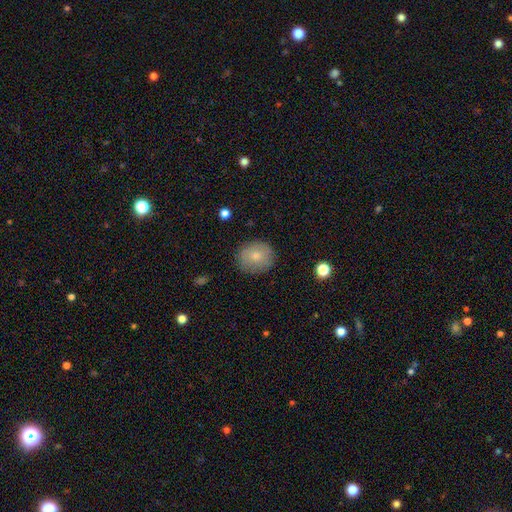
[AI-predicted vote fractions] smooth-or-featured: smooth: 78% | featured or disk: 13% | star or artifact: 8%
  how-rounded: round: 77% | in between: 22% | cigar-shaped: 1%
  merging: none: 85% | minor disturbance: 11% | major disturbance: 3% | merger: 1%